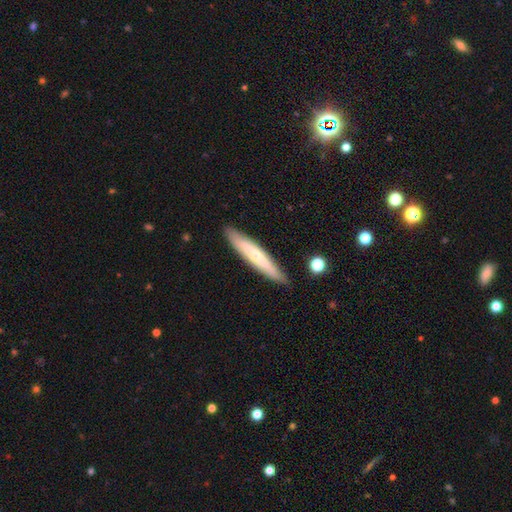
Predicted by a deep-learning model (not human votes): Overall: featured or disk (50%; smooth 44%). Edge-on disk: yes (81%). Merging: none (88%).